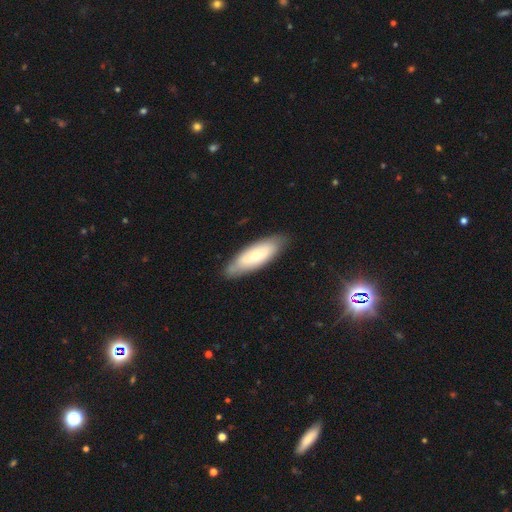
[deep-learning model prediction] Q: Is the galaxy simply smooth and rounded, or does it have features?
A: smooth — 57%.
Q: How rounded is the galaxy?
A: in between — 61%.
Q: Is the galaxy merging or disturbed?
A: none — 81%.